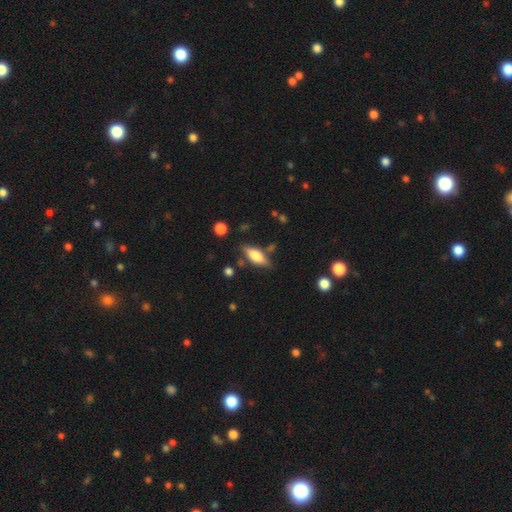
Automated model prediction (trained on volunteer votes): A smooth galaxy with no disk features (55%) that is in between round and cigar-shaped (60%).

Vote fractions:
- Smooth or featured? smooth: 55% / featured or disk: 38% / star or artifact: 7%
- How rounded? in between: 60% / cigar-shaped: 38% / round: 3%
- Merging? none: 75% / minor disturbance: 16% / merger: 5% / major disturbance: 4%